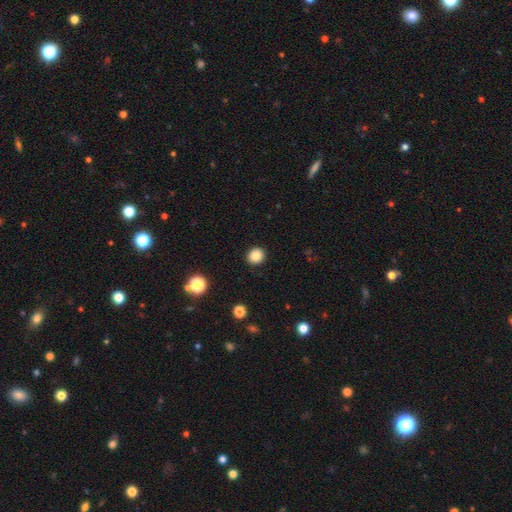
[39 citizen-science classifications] Overall: smooth (87%). How rounded: round (97%). Merging: none (97%).